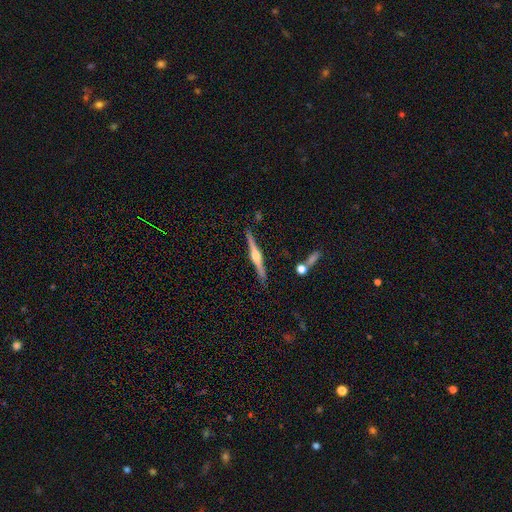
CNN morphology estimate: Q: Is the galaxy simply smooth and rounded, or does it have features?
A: featured or disk — 79%.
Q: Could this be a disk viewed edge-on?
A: yes — 98%.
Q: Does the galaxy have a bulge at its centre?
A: rounded — 92%.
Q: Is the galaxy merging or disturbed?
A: none — 88%.